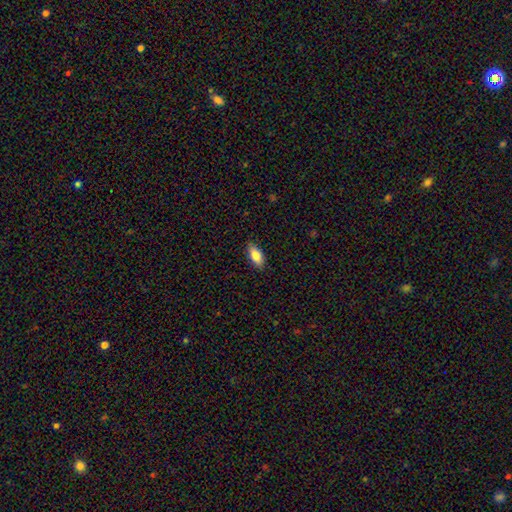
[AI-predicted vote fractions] This is clearly a smooth galaxy (83%). How rounded: clearly in between (88%). Merging: clearly none (86%).